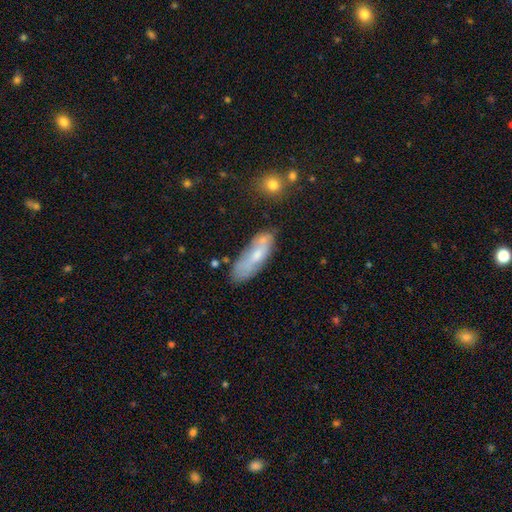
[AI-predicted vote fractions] This is possibly a smooth galaxy (56%). How rounded: likely in between (61%). Merging: possibly none (56%).